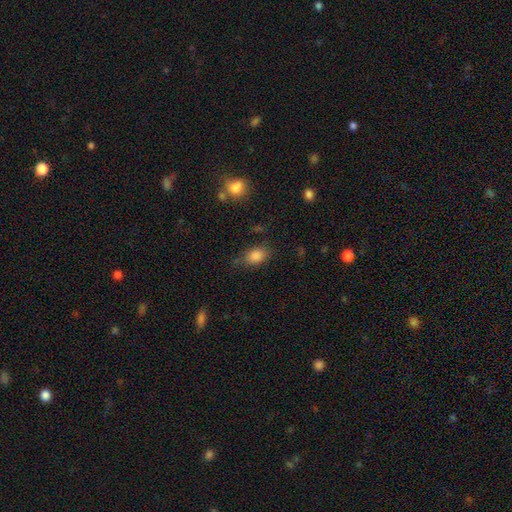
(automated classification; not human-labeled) Smooth or featured? Predicted: smooth (p=0.84). How rounded? Predicted: in between (p=0.79). Merging? Predicted: none (p=0.70).